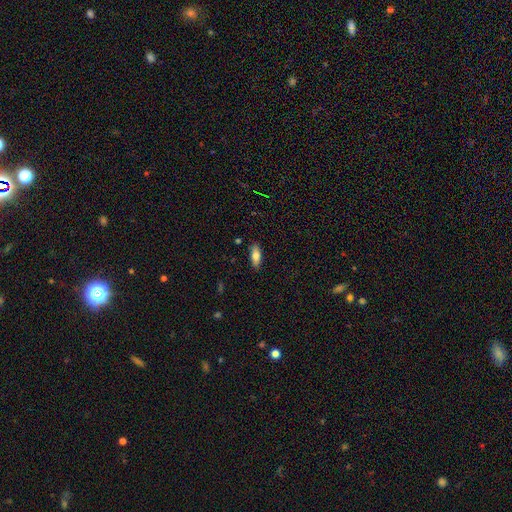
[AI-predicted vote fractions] A smooth galaxy with no disk features (78%) that is in between round and cigar-shaped (77%).

Vote fractions:
- Smooth or featured? smooth: 78% / featured or disk: 15% / star or artifact: 7%
- How rounded? in between: 77% / cigar-shaped: 20% / round: 2%
- Merging? none: 87% / minor disturbance: 10% / major disturbance: 2% / merger: 1%